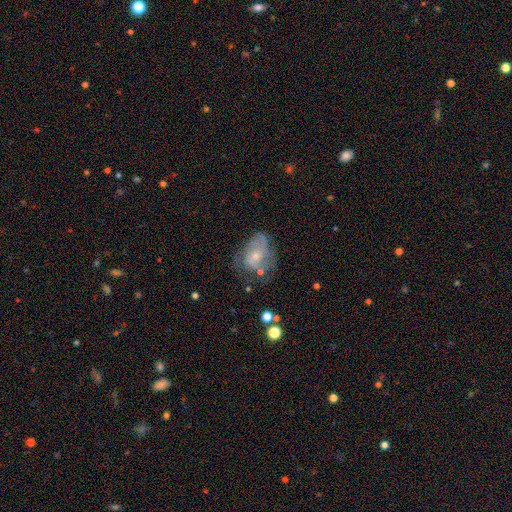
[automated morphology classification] Smooth or featured: featured or disk — 56% (smooth — 35%)
Edge-on disk: no — 97% (yes — 3%)
Bar: no — 76% (weak — 21%)
Spiral arms: yes — 61% (no — 39%)
Bulge size: small — 56% (moderate — 36%)
Merging: none — 38% (minor disturbance — 28%)